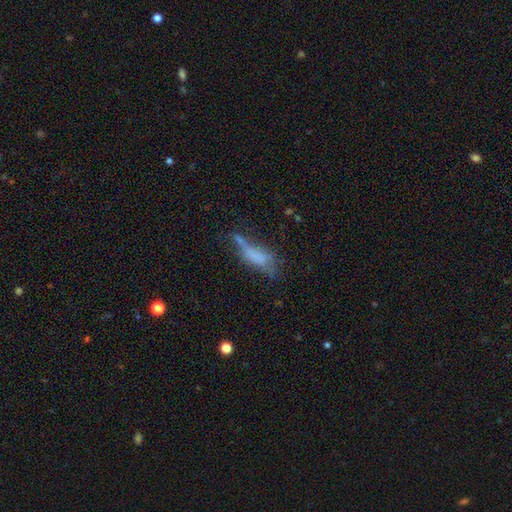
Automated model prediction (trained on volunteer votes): This is possibly a smooth galaxy (56%). How rounded: possibly in between (55%). Merging: marginally major disturbance (32%).